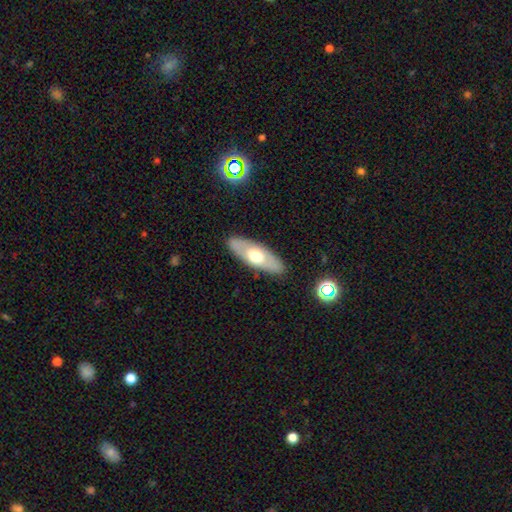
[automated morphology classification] Smooth or featured: smooth — 50% (featured or disk — 44%)
How rounded: in between — 71% (cigar-shaped — 26%)
Merging: none — 88% (minor disturbance — 9%)